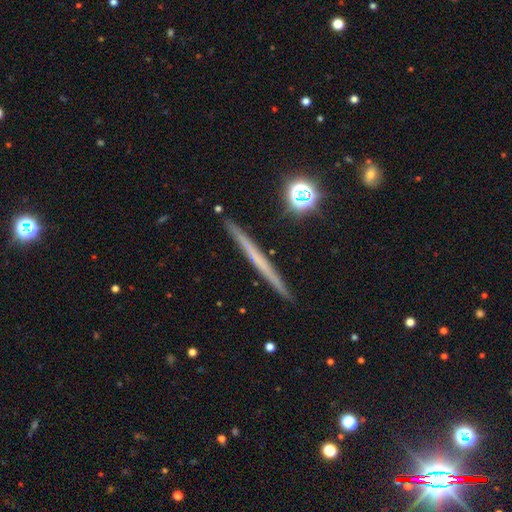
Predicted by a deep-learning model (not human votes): Q: Smooth or featured?
A: featured or disk (57%); runner-up: smooth (29%)
Q: Edge-on disk?
A: yes (96%); runner-up: no (4%)
Q: Edge-on bulge?
A: none (78%); runner-up: rounded (17%)
Q: Merging?
A: none (90%); runner-up: minor disturbance (7%)